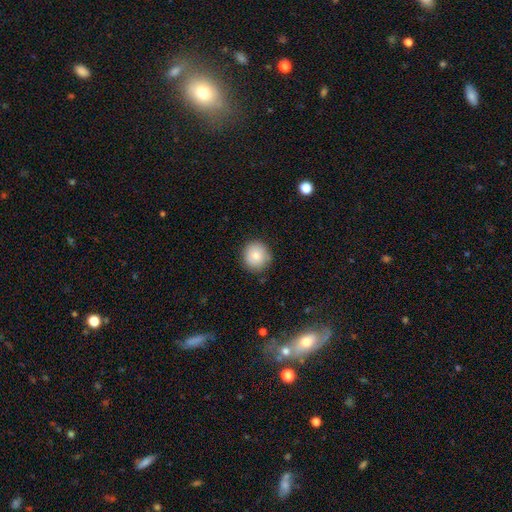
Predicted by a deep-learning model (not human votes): Smooth or featured?
  - smooth: 81% *
  - featured or disk: 10%
  - star or artifact: 9%
How rounded?
  - round: 93% *
  - in between: 6%
  - cigar-shaped: 1%
Merging?
  - none: 87% *
  - minor disturbance: 10%
  - major disturbance: 2%
  - merger: 1%